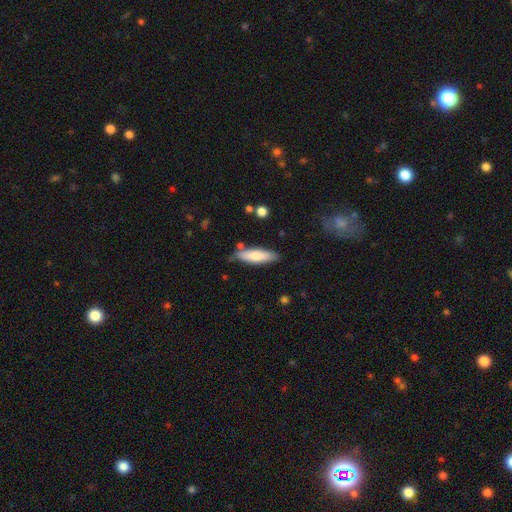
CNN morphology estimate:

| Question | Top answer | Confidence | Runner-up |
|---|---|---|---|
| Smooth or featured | smooth | 74% | featured or disk (21%) |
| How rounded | cigar-shaped | 62% | in between (36%) |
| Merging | none | 77% | minor disturbance (16%) |